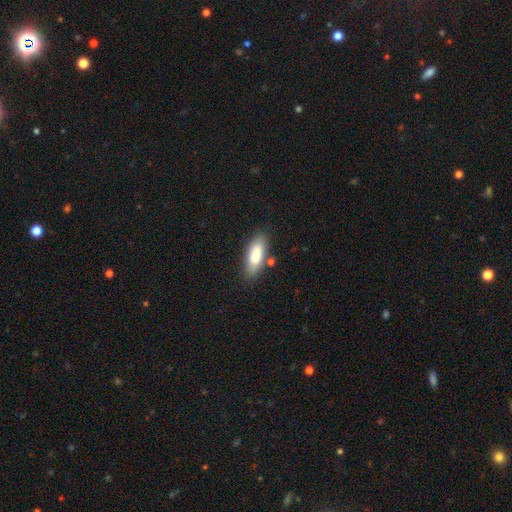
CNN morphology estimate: smooth_or_featured: smooth (p=0.77) [alt: featured or disk p=0.16]
how_rounded: in between (p=0.68) [alt: cigar-shaped p=0.30]
merging: none (p=0.77) [alt: minor disturbance p=0.14]